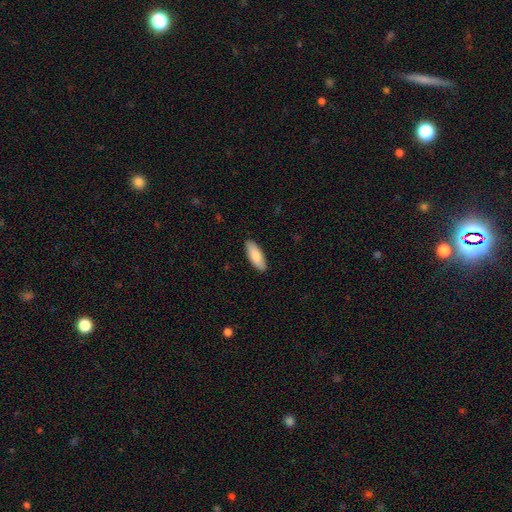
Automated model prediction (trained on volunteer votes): A smooth galaxy with no disk features (85%) that is in between round and cigar-shaped (74%).

Vote fractions:
- Smooth or featured? smooth: 85% / featured or disk: 9% / star or artifact: 5%
- How rounded? in between: 74% / cigar-shaped: 25% / round: 2%
- Merging? none: 90% / minor disturbance: 8% / major disturbance: 2% / merger: 1%